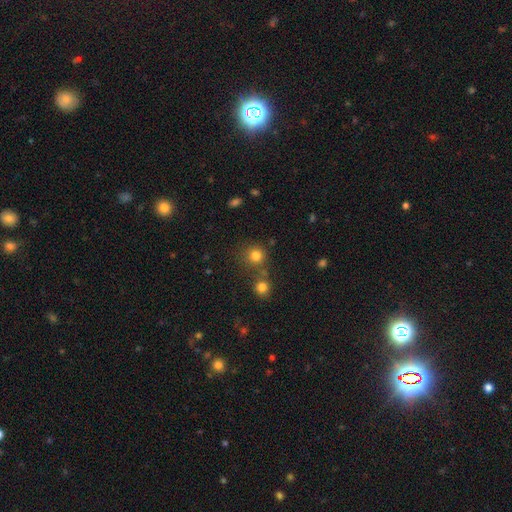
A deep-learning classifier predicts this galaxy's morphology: Smooth or featured? smooth (79%)
How rounded? round (91%)
Merging? none (70%)